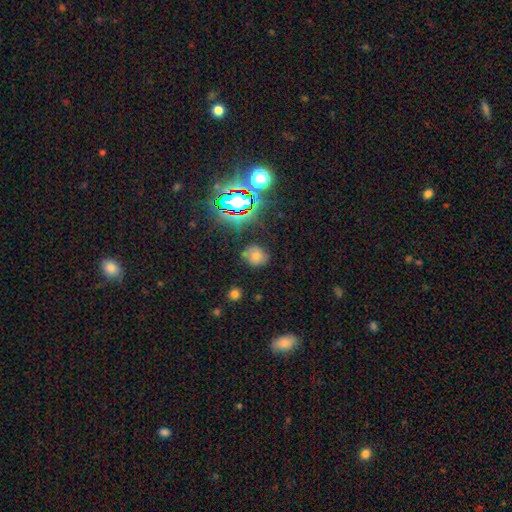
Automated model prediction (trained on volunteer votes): smooth-or-featured: smooth: 52% | star or artifact: 29% | featured or disk: 18%
  how-rounded: round: 63% | in between: 35% | cigar-shaped: 1%
  merging: none: 74% | minor disturbance: 18% | major disturbance: 6% | merger: 3%